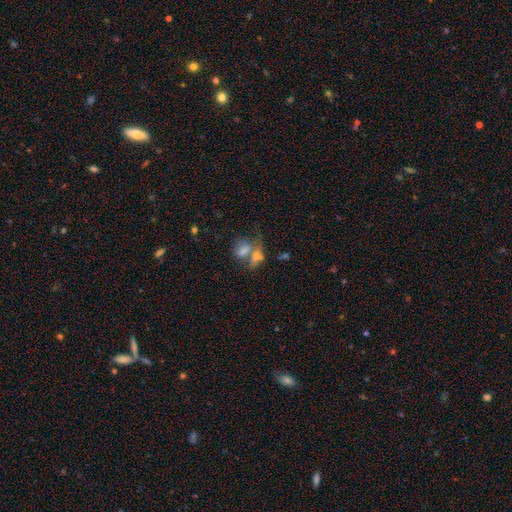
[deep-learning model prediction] Smooth or featured: smooth — 54% (featured or disk — 27%)
How rounded: in between — 64% (round — 29%)
Merging: merger — 54% (none — 29%)